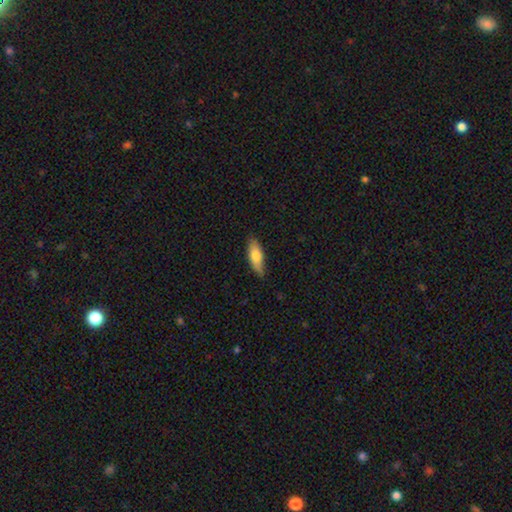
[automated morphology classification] smooth-or-featured: smooth: 74% | featured or disk: 21% | star or artifact: 6%
  how-rounded: in between: 62% | cigar-shaped: 35% | round: 2%
  merging: none: 76% | minor disturbance: 20% | major disturbance: 3% | merger: 1%